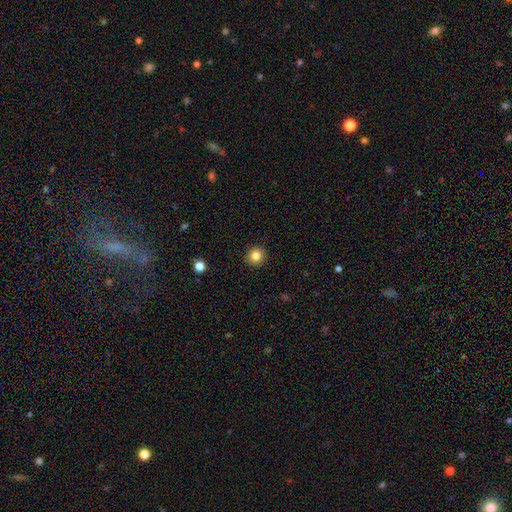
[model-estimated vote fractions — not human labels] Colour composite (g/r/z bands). It shows a smooth galaxy with no disk features (83%) that is round (91%). Merging: none (92%).